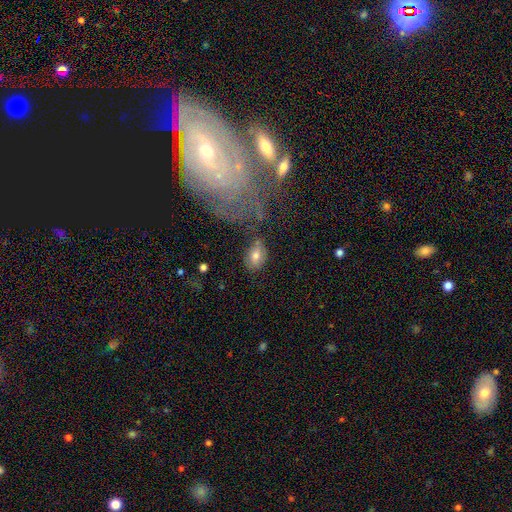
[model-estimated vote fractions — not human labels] Smooth or featured? Predicted: smooth (p=0.72). How rounded? Predicted: in between (p=0.82). Merging? Predicted: none (p=0.65).